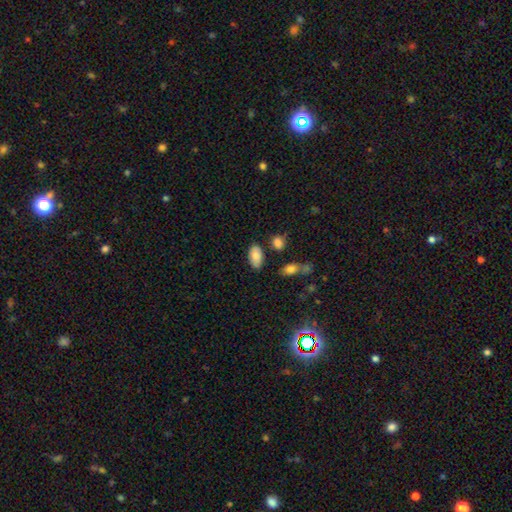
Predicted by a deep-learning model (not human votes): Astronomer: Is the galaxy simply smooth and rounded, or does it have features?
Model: smooth — 84%.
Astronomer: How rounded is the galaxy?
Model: in between — 94%.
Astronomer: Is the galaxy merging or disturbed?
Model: none — 77%.